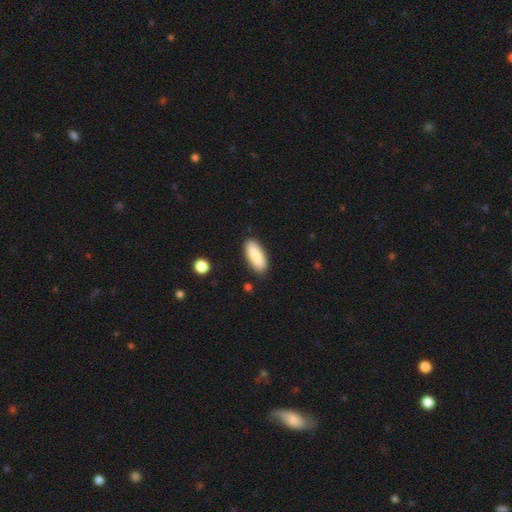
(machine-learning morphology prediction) Smooth or featured?
  - smooth: 85% *
  - featured or disk: 9%
  - star or artifact: 6%
How rounded?
  - in between: 68% *
  - cigar-shaped: 30%
  - round: 2%
Merging?
  - none: 87% *
  - minor disturbance: 9%
  - major disturbance: 2%
  - merger: 1%